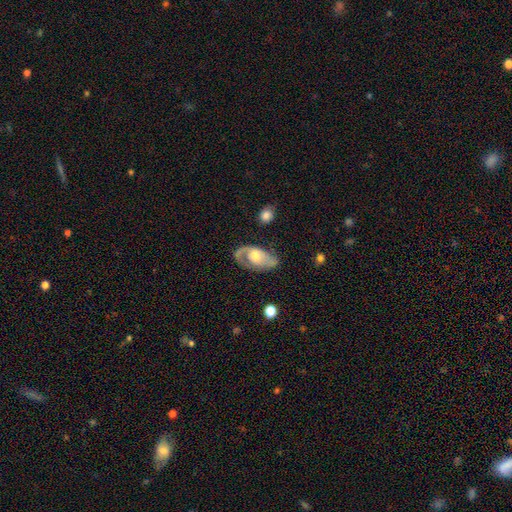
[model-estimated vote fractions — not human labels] Q: Smooth or featured?
A: featured or disk (72%); runner-up: smooth (22%)
Q: Edge-on disk?
A: no (94%); runner-up: yes (6%)
Q: Bar?
A: no (66%); runner-up: weak (28%)
Q: Spiral arms?
A: yes (83%); runner-up: no (17%)
Q: Spiral winding?
A: medium (44%); runner-up: tight (36%)
Q: Spiral arm count?
A: 2 (59%); runner-up: 1 (24%)
Q: Bulge size?
A: moderate (58%); runner-up: small (29%)
Q: Merging?
A: none (62%); runner-up: minor disturbance (22%)